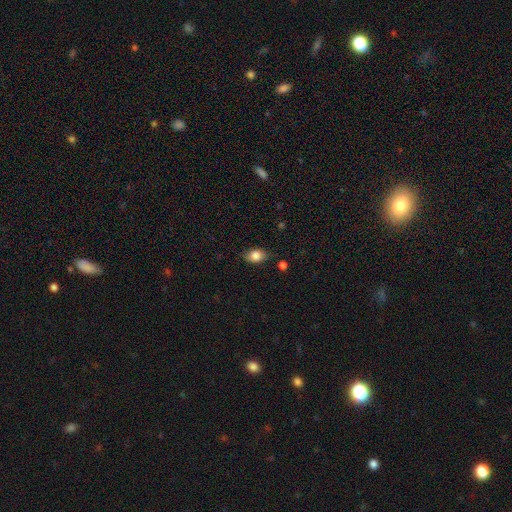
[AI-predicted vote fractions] smooth-or-featured: smooth: 81% | featured or disk: 10% | star or artifact: 9%
  how-rounded: in between: 78% | round: 20% | cigar-shaped: 2%
  merging: none: 76% | minor disturbance: 18% | major disturbance: 3% | merger: 2%